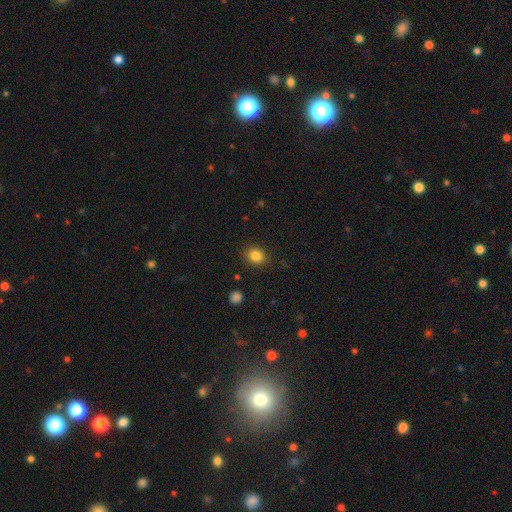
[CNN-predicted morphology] A smooth galaxy with no disk features (84%) that is round (61%).

Vote fractions:
- Smooth or featured? smooth: 84% / star or artifact: 10% / featured or disk: 5%
- How rounded? round: 61% / in between: 38% / cigar-shaped: 1%
- Merging? none: 86% / minor disturbance: 9% / major disturbance: 3% / merger: 1%